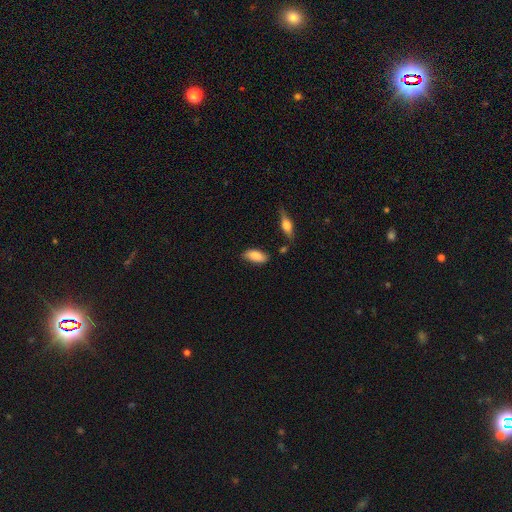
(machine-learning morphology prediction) Smooth or featured?
  - smooth: 82% *
  - featured or disk: 12%
  - star or artifact: 6%
How rounded?
  - in between: 87% *
  - cigar-shaped: 11%
  - round: 2%
Merging?
  - none: 77% *
  - minor disturbance: 16%
  - merger: 4%
  - major disturbance: 3%